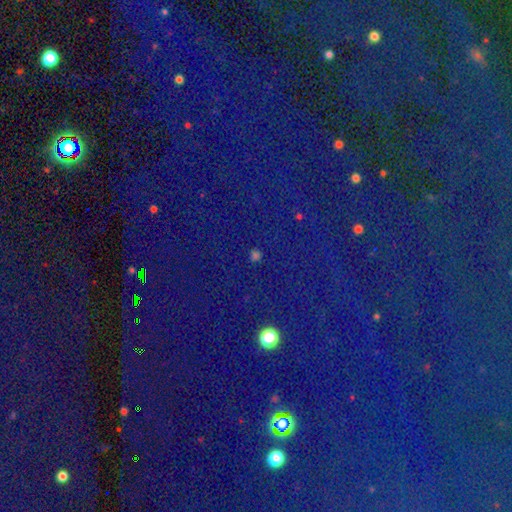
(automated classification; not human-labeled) Smooth or featured? star or artifact (64%)